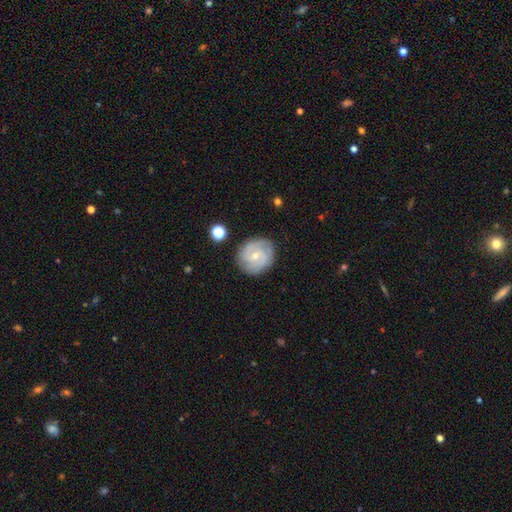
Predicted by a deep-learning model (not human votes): The model was most divided on "spiral winding": tight: 53%, medium: 37%, loose: 10%. Remaining: edge-on disk — no (98%); spiral arms — yes (92%); merging — none (83%); smooth or featured — featured or disk (72%); bulge size — small (62%); bar — no (57%); spiral arm count — 2 (43%).